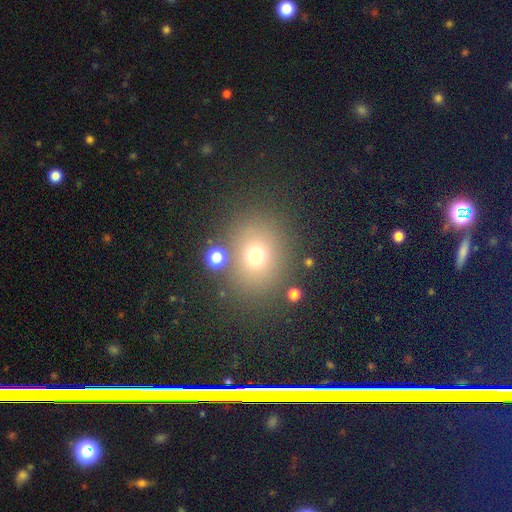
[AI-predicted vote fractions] This is likely a smooth galaxy (68%). How rounded: likely round (71%). Merging: likely none (80%).